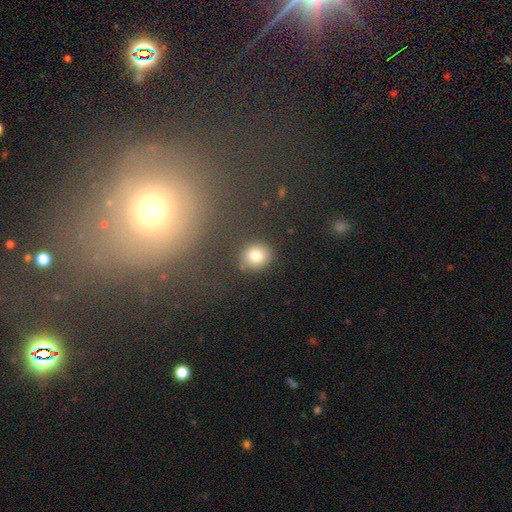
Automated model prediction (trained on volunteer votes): Smooth or featured? smooth (80%)
How rounded? round (76%)
Merging? none (82%)